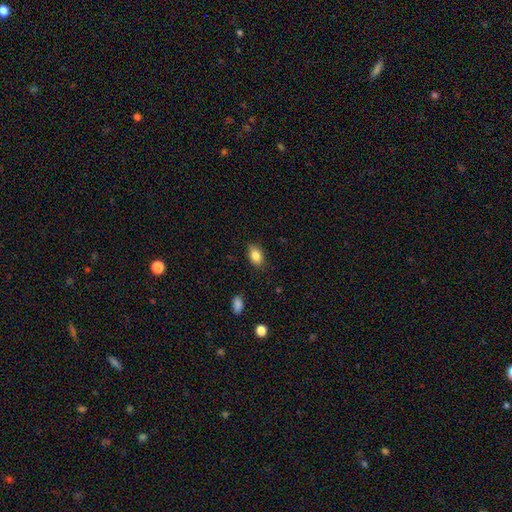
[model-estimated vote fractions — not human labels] Smooth or featured? Predicted: smooth (p=0.84). How rounded? Predicted: in between (p=0.86). Merging? Predicted: none (p=0.85).